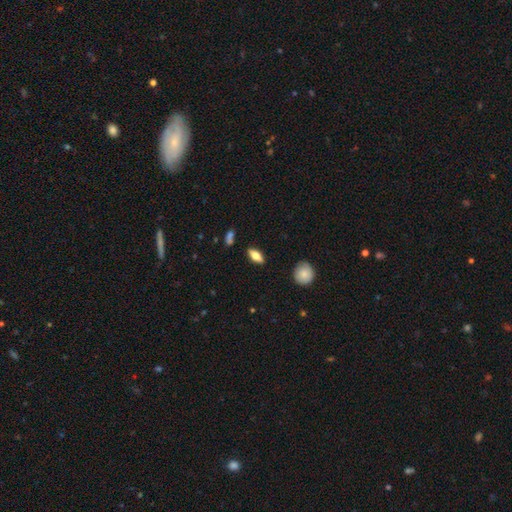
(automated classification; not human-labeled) Smooth or featured: smooth — 61% (featured or disk — 31%)
How rounded: in between — 76% (cigar-shaped — 20%)
Merging: none — 86% (minor disturbance — 9%)